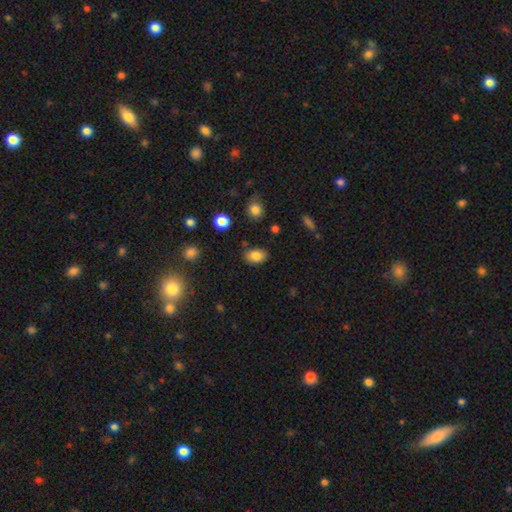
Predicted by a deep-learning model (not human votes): The model was most divided on "merging": none: 78%, minor disturbance: 15%, major disturbance: 3%, merger: 3%. More confident: smooth or featured — smooth (83%); how rounded — in between (82%).